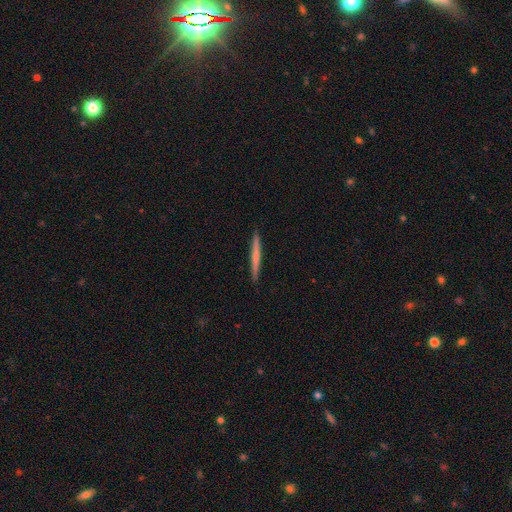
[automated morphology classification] The model was most divided on "smooth or featured": smooth: 58%, featured or disk: 36%, star or artifact: 5%. More confident: how rounded — cigar-shaped (97%); merging — none (92%).